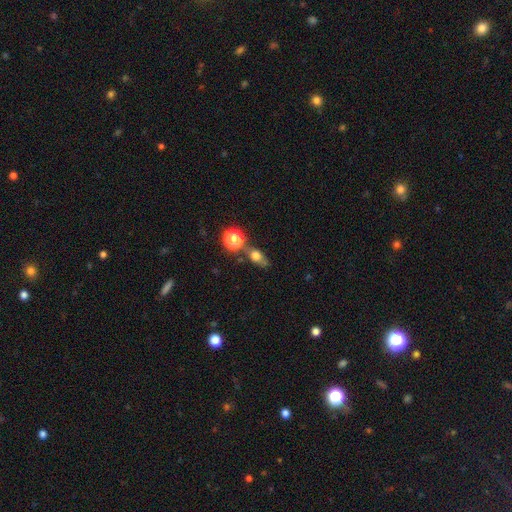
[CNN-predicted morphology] A smooth galaxy with no disk features (63%) that is in between round and cigar-shaped (57%).

Vote fractions:
- Smooth or featured? smooth: 63% / star or artifact: 19% / featured or disk: 18%
- How rounded? in between: 57% / round: 36% / cigar-shaped: 7%
- Merging? none: 53% / merger: 21% / minor disturbance: 18% / major disturbance: 8%